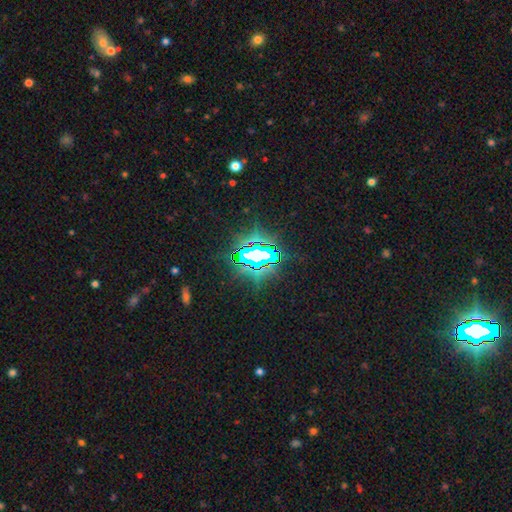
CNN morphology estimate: This is likely a star or artifact rather than a galaxy (80%).